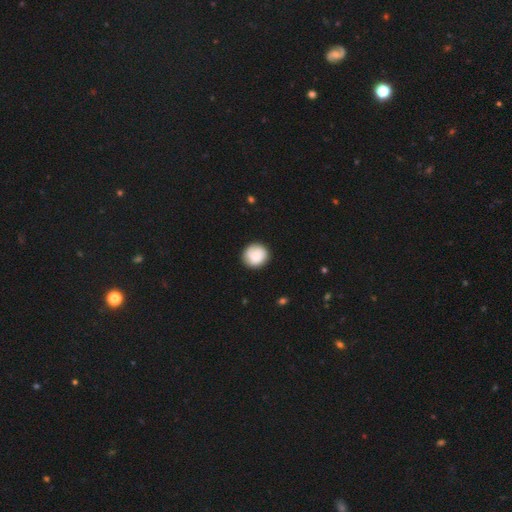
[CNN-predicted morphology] Smooth or featured: smooth — 84% (featured or disk — 10%)
How rounded: round — 91% (in between — 8%)
Merging: none — 86% (minor disturbance — 10%)